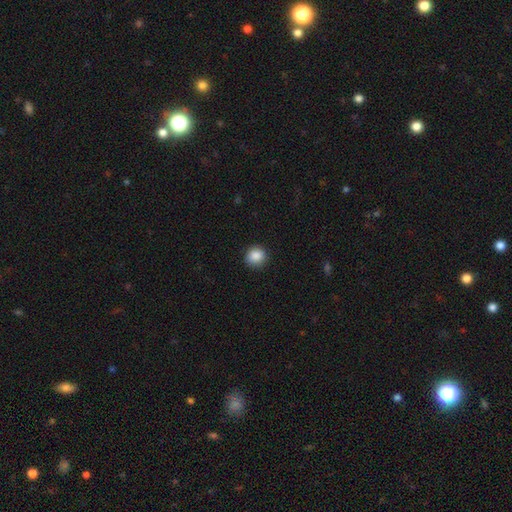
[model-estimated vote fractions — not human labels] smooth 87%, star or artifact 9%, featured or disk 4%. Down the decision tree: how rounded — round (90%); merging — none (89%).